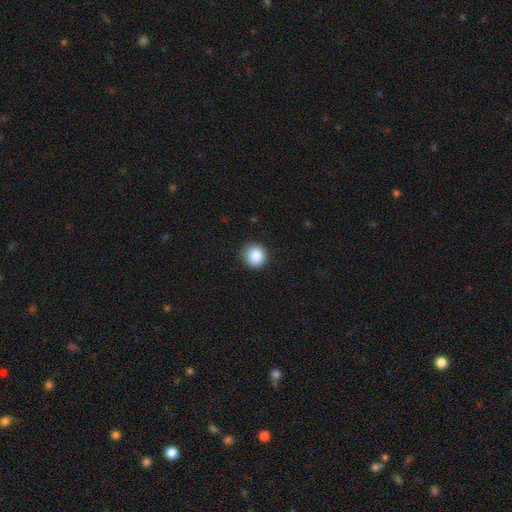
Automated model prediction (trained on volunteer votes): smooth 87%, star or artifact 9%, featured or disk 4%. Down the decision tree: how rounded — round (87%); merging — none (86%).